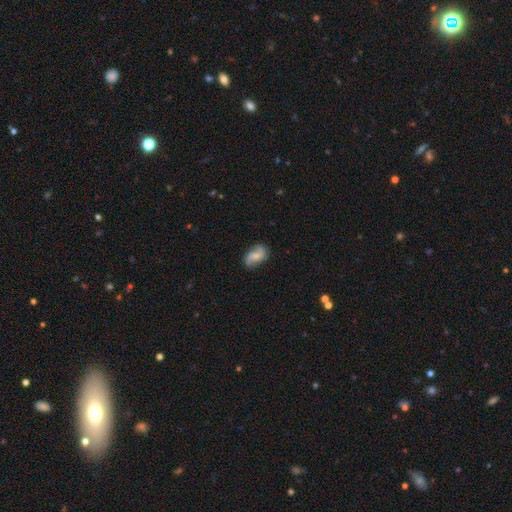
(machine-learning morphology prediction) smooth-or-featured: featured or disk: 64% | smooth: 29% | star or artifact: 7%
  disk-edge-on: no: 97% | yes: 3%
    bar: no: 44% (tied) | weak: 44% (tied) | strong: 12%
    has-spiral-arms: yes: 92% | no: 8%
      spiral-winding: loose: 62% | medium: 28% | tight: 10%
      spiral-arm-count: 2: 87% | can't tell: 6% | 1: 3% | 3: 2% | 4: 1% | more than 4: 1%
    bulge-size: small: 46% | moderate: 28% | none: 22% | large: 3% | dominant: 1%
  merging: none: 73% | minor disturbance: 19% | major disturbance: 6% | merger: 2%